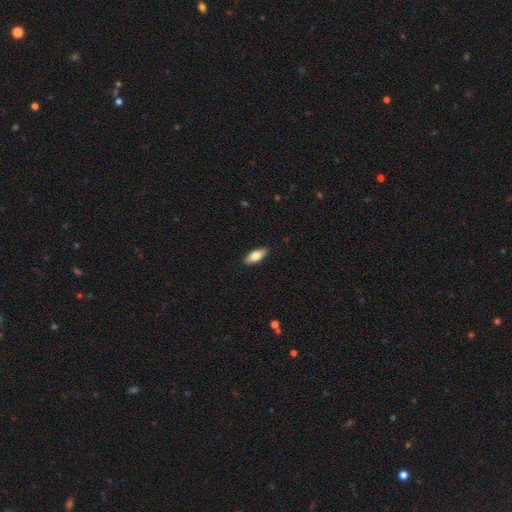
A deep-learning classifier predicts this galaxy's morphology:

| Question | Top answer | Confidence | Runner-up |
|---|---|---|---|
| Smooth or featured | smooth | 74% | featured or disk (20%) |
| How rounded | in between | 77% | cigar-shaped (20%) |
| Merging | none | 90% | minor disturbance (8%) |